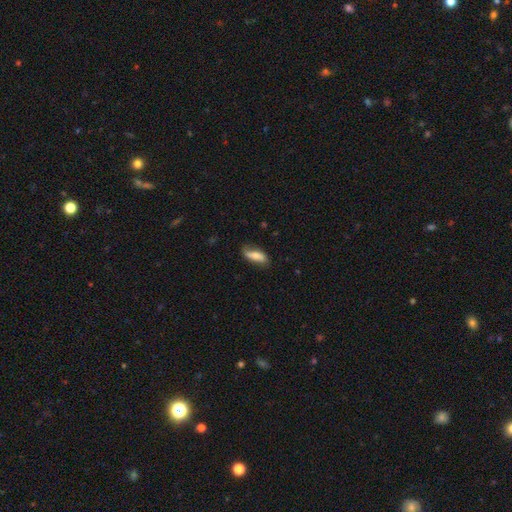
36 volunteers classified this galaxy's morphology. smooth 53%, featured or disk 39%, star or artifact 8%. Down the decision tree: how rounded — in between (68%); merging — none (61%).